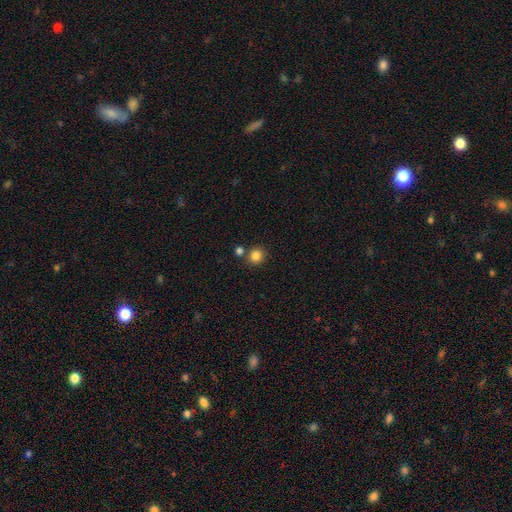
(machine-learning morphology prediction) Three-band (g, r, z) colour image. It shows a smooth galaxy with no disk features (85%) that is round (89%). Merging: none (76%).